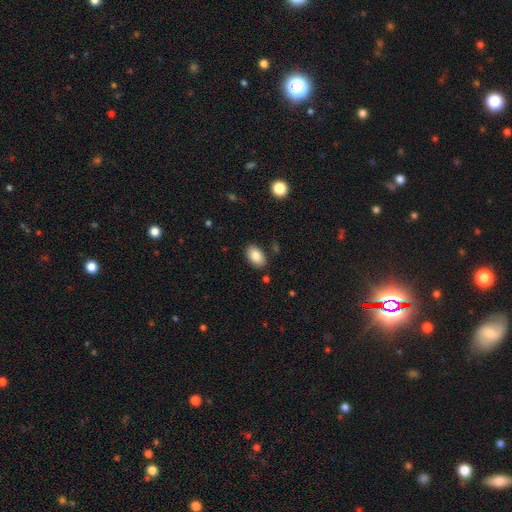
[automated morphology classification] This appears to be a smooth galaxy with no disk features (86%) that is in between round and cigar-shaped (92%). Merging: none (85%).